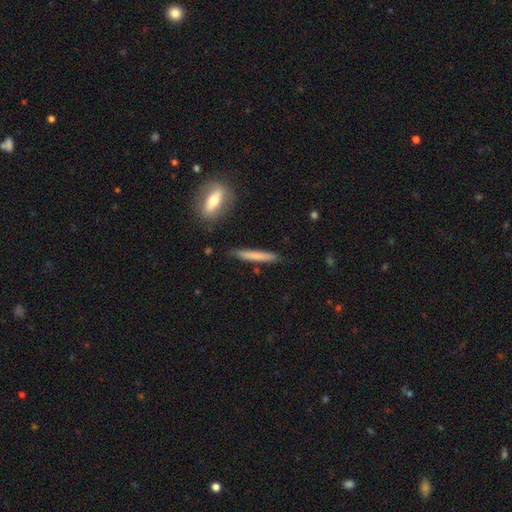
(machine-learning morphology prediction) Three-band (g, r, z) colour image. It shows a smooth galaxy with no disk features (69%) that is cigar-shaped (94%). Merging: none (85%).